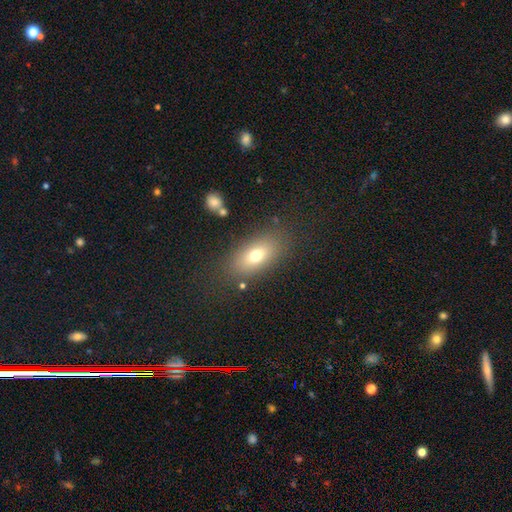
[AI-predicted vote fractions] This is likely a smooth galaxy (71%). How rounded: clearly in between (84%). Merging: clearly none (81%).